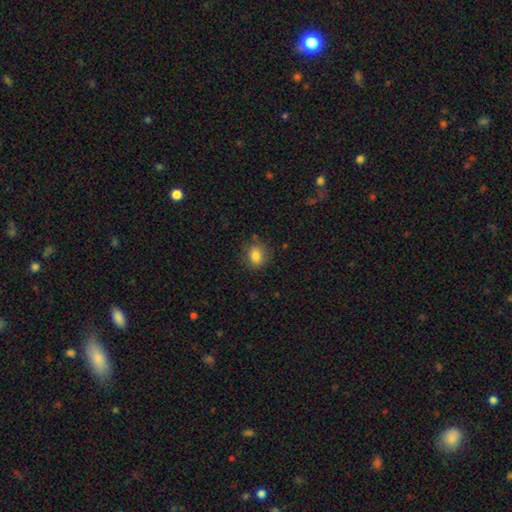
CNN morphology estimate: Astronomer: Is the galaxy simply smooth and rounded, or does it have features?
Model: smooth — 83%.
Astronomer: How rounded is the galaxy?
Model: round — 55% (runner-up: in between, 43%).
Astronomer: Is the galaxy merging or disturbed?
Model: none — 81%.